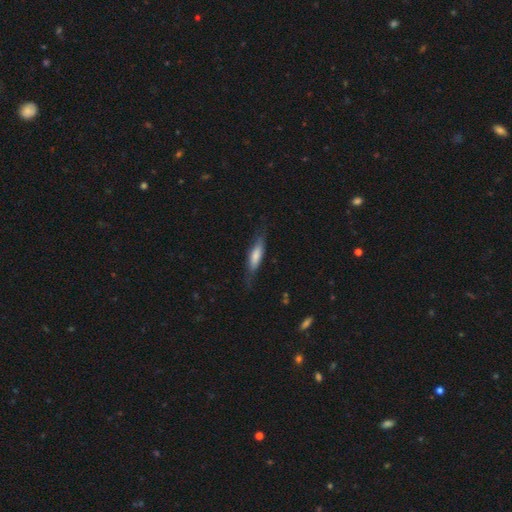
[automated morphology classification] Smooth or featured?
  - smooth: 64% *
  - featured or disk: 30%
  - star or artifact: 6%
How rounded?
  - cigar-shaped: 63% *
  - in between: 35%
  - round: 2%
Merging?
  - none: 70% *
  - minor disturbance: 21%
  - major disturbance: 7%
  - merger: 1%